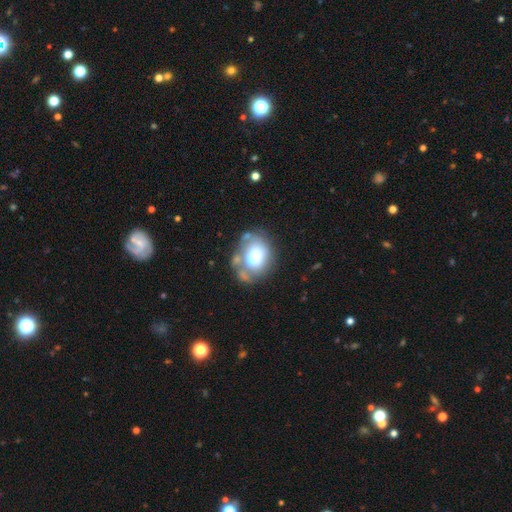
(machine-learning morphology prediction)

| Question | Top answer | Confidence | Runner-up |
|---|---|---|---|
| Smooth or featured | smooth | 60% | featured or disk (31%) |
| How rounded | in between | 58% | round (41%) |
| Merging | none | 44% | minor disturbance (23%) |